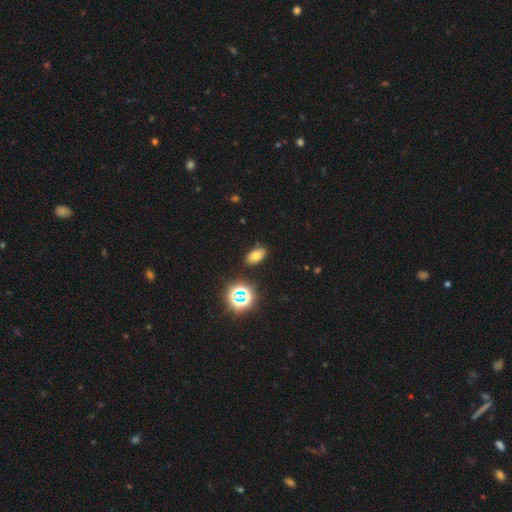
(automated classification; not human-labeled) Overall: smooth (69%). How rounded: in between (89%). Merging: none (85%).